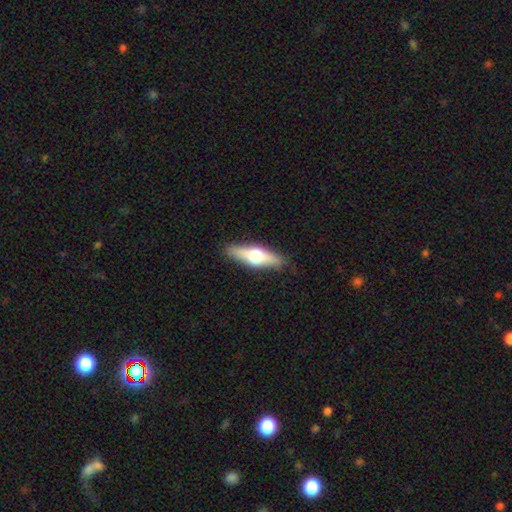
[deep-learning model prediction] A featured or disk galaxy (52%) viewed edge-on (92%). Merging: none (88%).